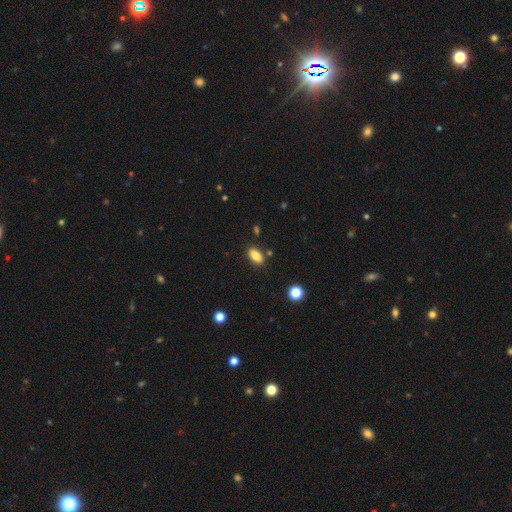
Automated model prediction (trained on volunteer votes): Smooth or featured? smooth (85%)
How rounded? in between (87%)
Merging? none (84%)